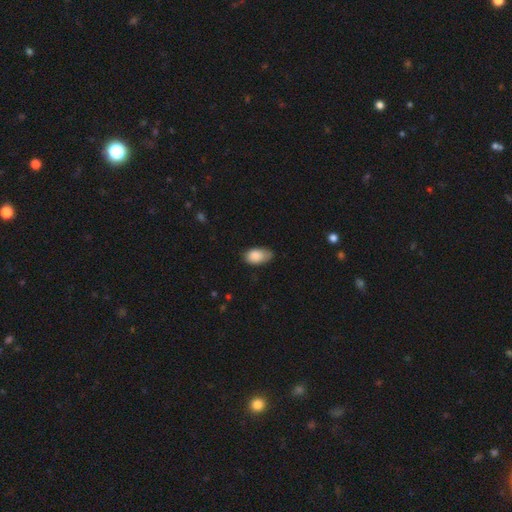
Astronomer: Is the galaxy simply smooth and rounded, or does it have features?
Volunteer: smooth — 89%.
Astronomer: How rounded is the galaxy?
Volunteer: in between — 91%.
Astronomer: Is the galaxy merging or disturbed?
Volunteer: none — 49% (runner-up: minor disturbance, 38%).